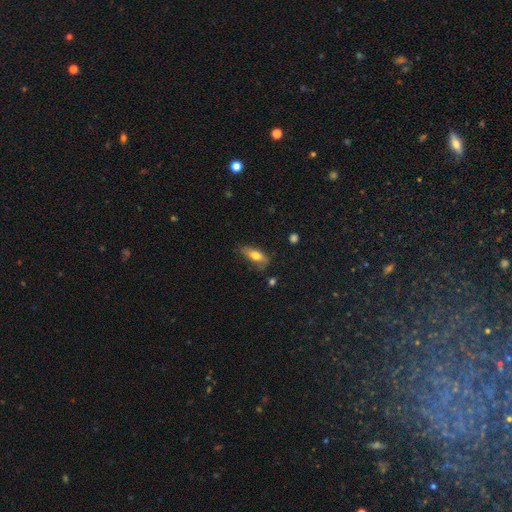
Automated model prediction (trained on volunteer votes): smooth 67%, featured or disk 26%, star or artifact 7%. Down the decision tree: how rounded — in between (68%); merging — none (59%).